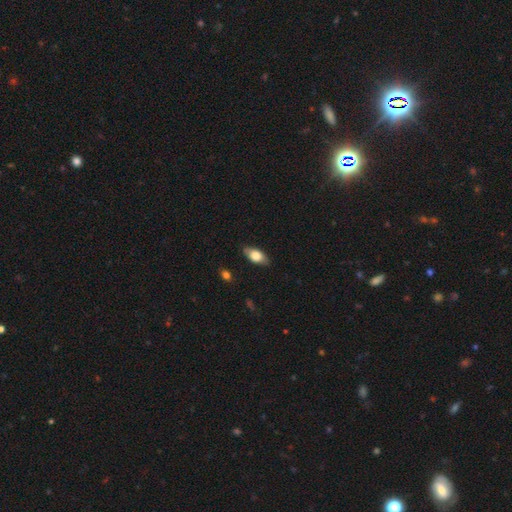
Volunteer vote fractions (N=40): Smooth or featured?
  - smooth: 72% *
  - featured or disk: 18%
  - star or artifact: 10%
How rounded?
  - in between: 86% *
  - cigar-shaped: 10%
  - round: 3%
Merging?
  - none: 94% *
  - minor disturbance: 6%
  - major disturbance: 0%
  - merger: 0%